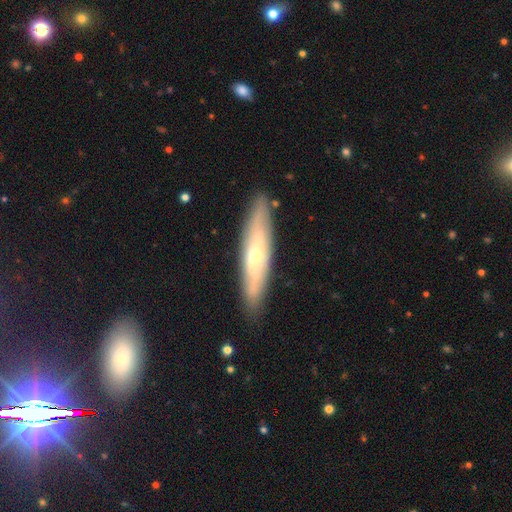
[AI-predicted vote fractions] This is likely a featured or disk galaxy (61%). It is possibly viewed edge-on (59%). Merging: clearly none (86%).